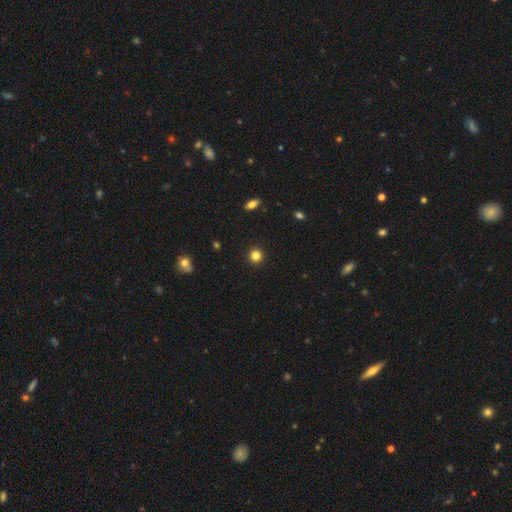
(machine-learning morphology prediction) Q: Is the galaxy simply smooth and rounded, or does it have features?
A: smooth — 83%.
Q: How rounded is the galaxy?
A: round — 94%.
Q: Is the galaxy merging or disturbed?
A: none — 93%.